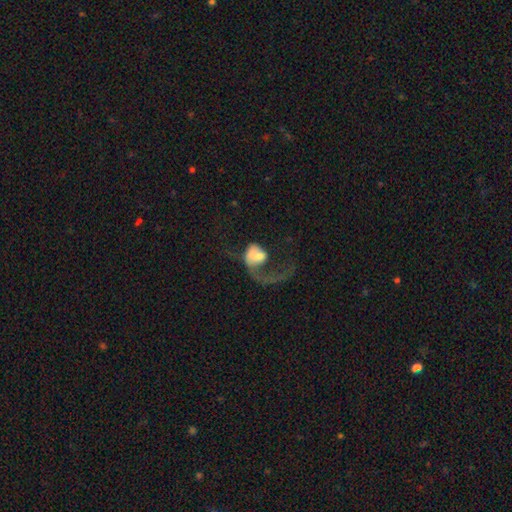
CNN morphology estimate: Q: Smooth or featured?
A: smooth (46%); runner-up: featured or disk (44%)
Q: Merging?
A: major disturbance (67%); runner-up: none (13%)